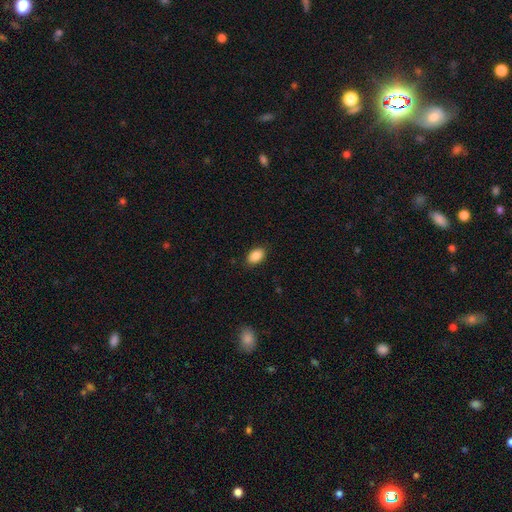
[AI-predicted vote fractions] smooth-or-featured: smooth: 89% | star or artifact: 8% | featured or disk: 4%
  how-rounded: in between: 88% | round: 11% | cigar-shaped: 1%
  merging: none: 87% | minor disturbance: 10% | major disturbance: 2% | merger: 1%